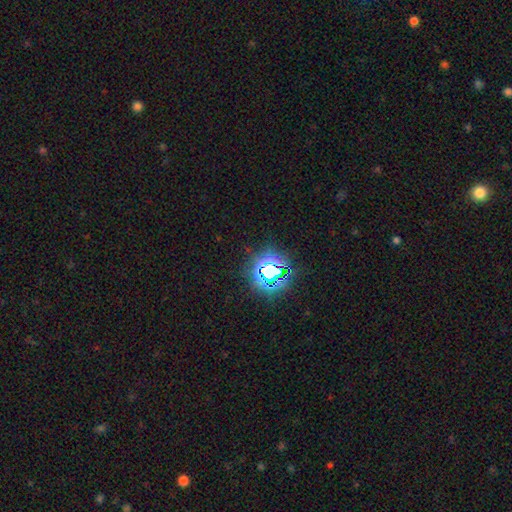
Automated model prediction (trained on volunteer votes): star or artifact 79%, smooth 15%, featured or disk 6%.